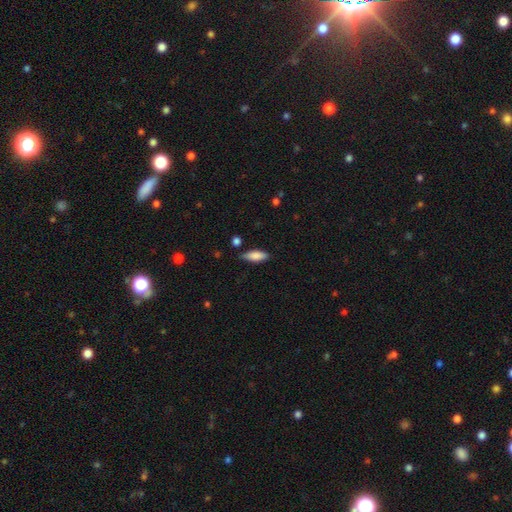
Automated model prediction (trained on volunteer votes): The model was most divided on "how rounded": in between: 73%, cigar-shaped: 25%, round: 2%. More confident: smooth or featured — smooth (81%); merging — none (78%).